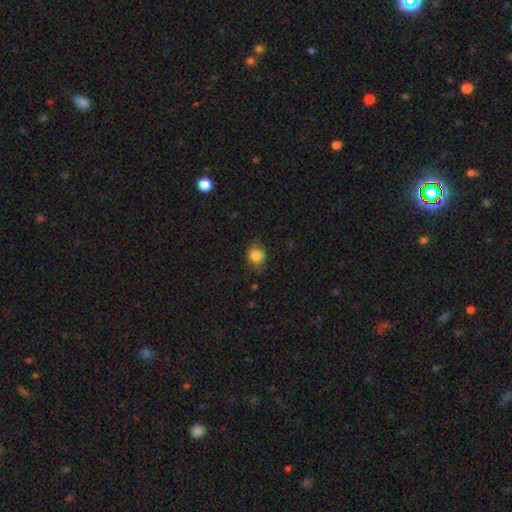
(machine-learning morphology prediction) The model was most divided on "how rounded": round: 70%, in between: 29%, cigar-shaped: 1%. More confident: smooth or featured — smooth (81%); merging — none (67%).